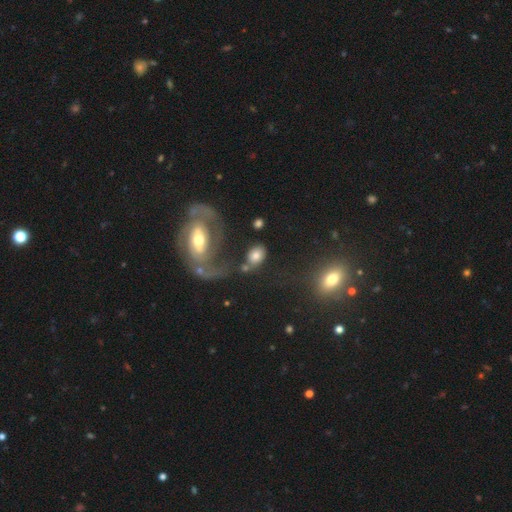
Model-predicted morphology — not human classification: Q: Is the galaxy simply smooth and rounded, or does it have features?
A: smooth — 68%.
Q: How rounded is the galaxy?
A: in between — 70%.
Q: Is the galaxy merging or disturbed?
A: none — 56%.